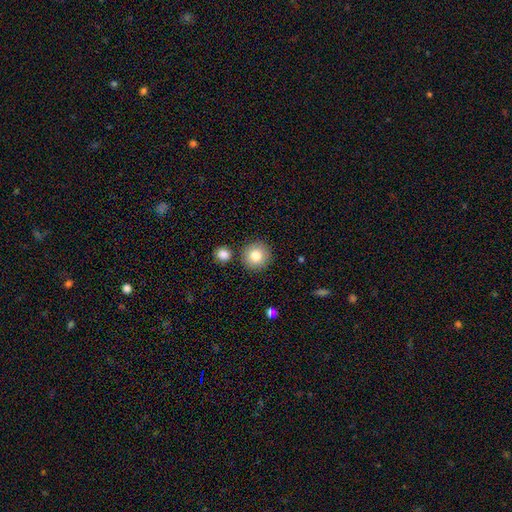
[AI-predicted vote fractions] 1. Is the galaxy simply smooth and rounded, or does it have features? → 82% smooth, 9% star or artifact, 9% featured or disk.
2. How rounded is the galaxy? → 94% round, 5% in between, 1% cigar-shaped.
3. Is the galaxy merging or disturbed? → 84% none, 7% minor disturbance, 6% merger, 2% major disturbance.